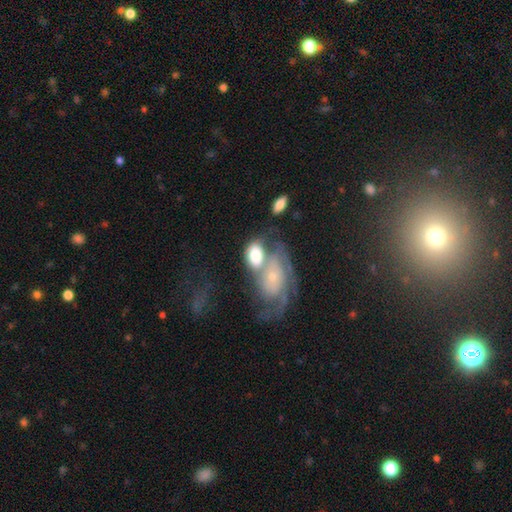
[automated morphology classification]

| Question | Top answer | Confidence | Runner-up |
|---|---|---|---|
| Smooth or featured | smooth | 52% | featured or disk (41%) |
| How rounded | in between | 82% | round (16%) |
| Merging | merger | 55% | none (18%) |